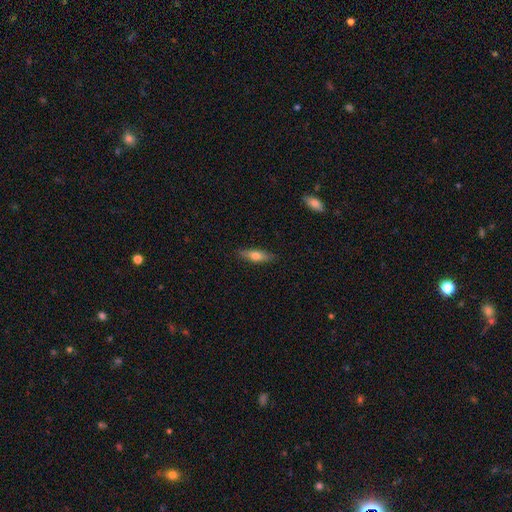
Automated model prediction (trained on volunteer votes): Smooth or featured?
  - smooth: 63% *
  - featured or disk: 30%
  - star or artifact: 6%
How rounded?
  - cigar-shaped: 52% *
  - in between: 45%
  - round: 3%
Merging?
  - none: 86% *
  - minor disturbance: 11%
  - major disturbance: 2%
  - merger: 1%